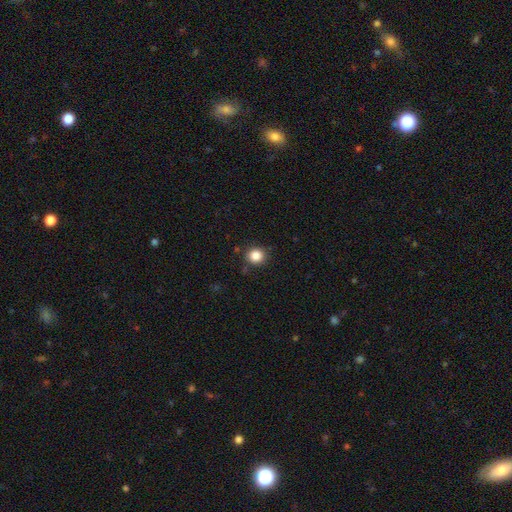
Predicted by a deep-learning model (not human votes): This appears to be a smooth galaxy with no disk features (85%) that is round (87%). Merging: none (87%).